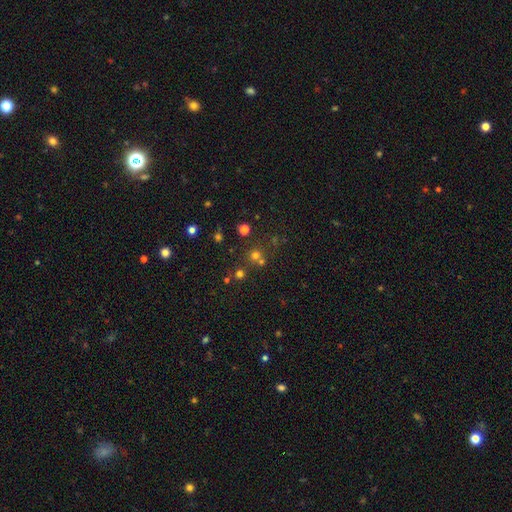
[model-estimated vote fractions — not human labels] Smooth or featured? Predicted: smooth (p=0.59). How rounded? Predicted: round (p=0.90). Merging? Predicted: none (p=0.66).